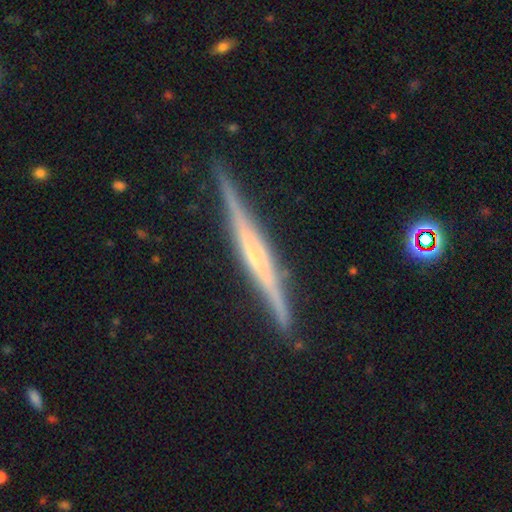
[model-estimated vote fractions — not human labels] This is likely a featured or disk galaxy (80%). It is clearly viewed edge-on (98%). Edge-on bulge: marginally rounded (44%). Merging: clearly none (87%).